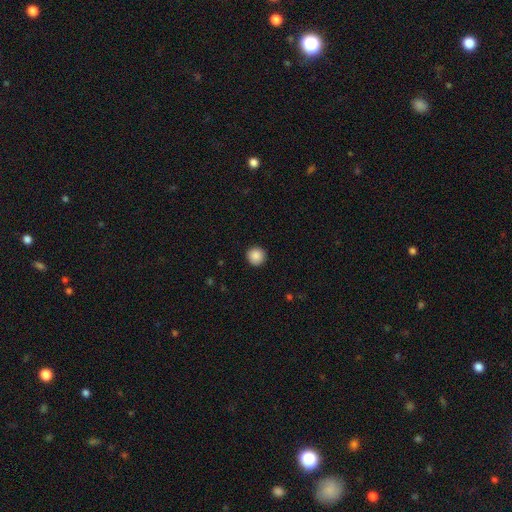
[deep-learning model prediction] This is clearly a smooth galaxy (88%). How rounded: clearly round (96%). Merging: clearly none (92%).